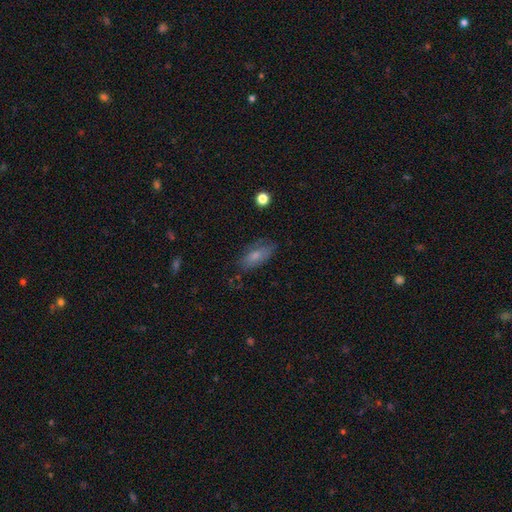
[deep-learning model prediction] A smooth galaxy with no disk features (69%) that is in between round and cigar-shaped (83%).

Vote fractions:
- Smooth or featured? smooth: 69% / featured or disk: 23% / star or artifact: 8%
- How rounded? in between: 83% / cigar-shaped: 13% / round: 4%
- Merging? none: 67% / minor disturbance: 24% / major disturbance: 7% / merger: 2%